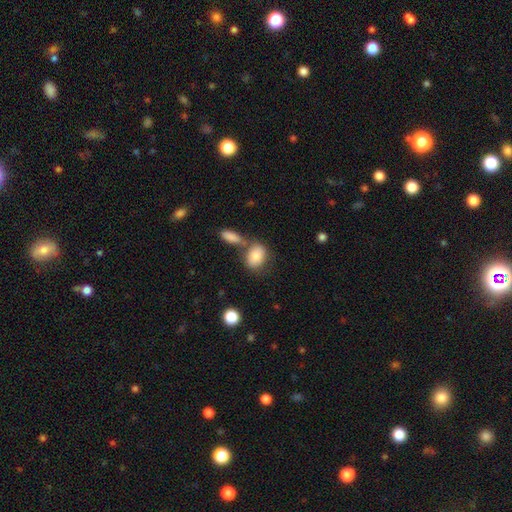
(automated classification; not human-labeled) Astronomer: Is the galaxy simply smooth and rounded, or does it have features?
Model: smooth — 82%.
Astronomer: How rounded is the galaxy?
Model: in between — 70%.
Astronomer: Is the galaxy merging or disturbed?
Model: none — 48% (runner-up: merger, 32%).